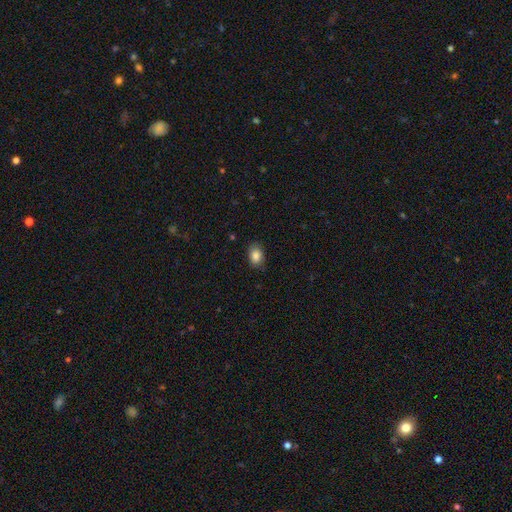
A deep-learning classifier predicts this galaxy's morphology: type=smooth (86%); roundness=in between (77%); merging=none (83%).